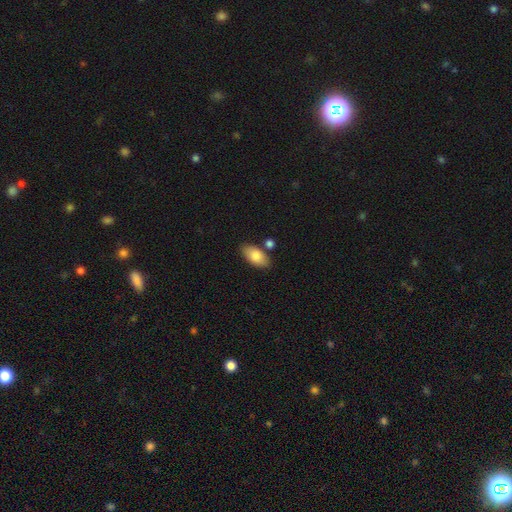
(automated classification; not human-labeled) Smooth or featured?
  - smooth: 84% *
  - featured or disk: 10%
  - star or artifact: 6%
How rounded?
  - in between: 93% *
  - cigar-shaped: 3%
  - round: 3%
Merging?
  - none: 77% *
  - minor disturbance: 12%
  - merger: 8%
  - major disturbance: 3%